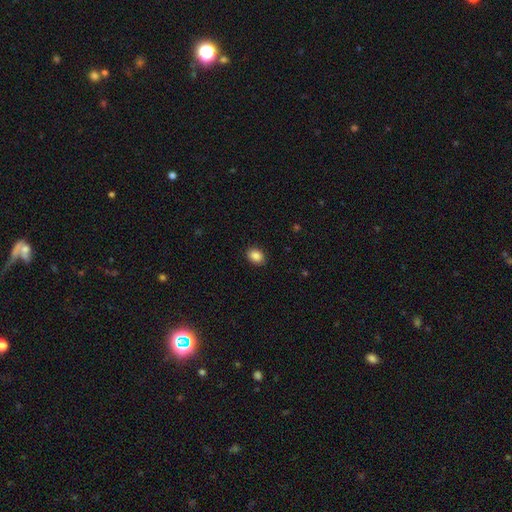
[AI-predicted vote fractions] Overall: smooth (87%). How rounded: in between (65%; round 34%). Merging: none (90%).